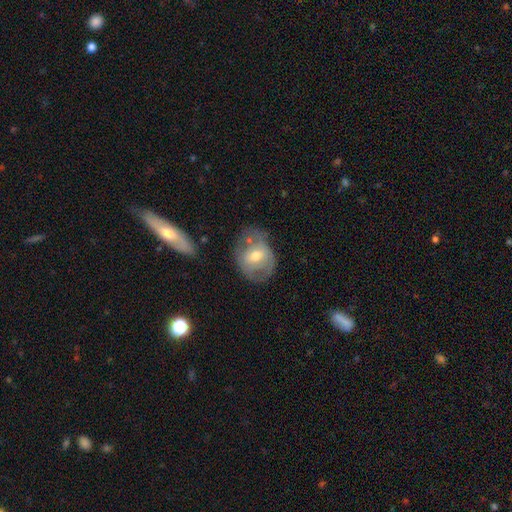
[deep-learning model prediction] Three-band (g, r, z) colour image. It shows a featured or disk galaxy (49%). Merging: none (53%).